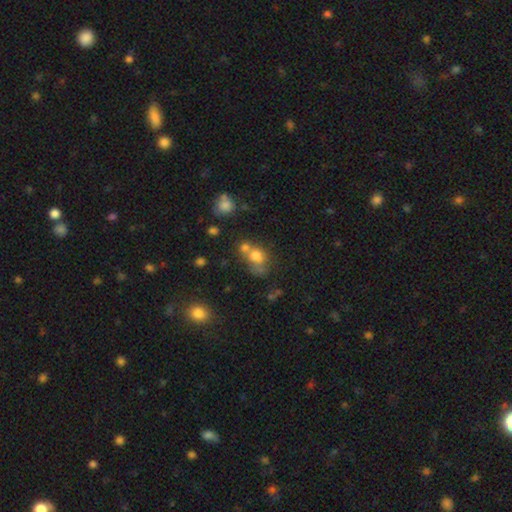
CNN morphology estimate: Overall: smooth (72%). How rounded: round (60%; in between 39%). Merging: merger (48%; none 31%).